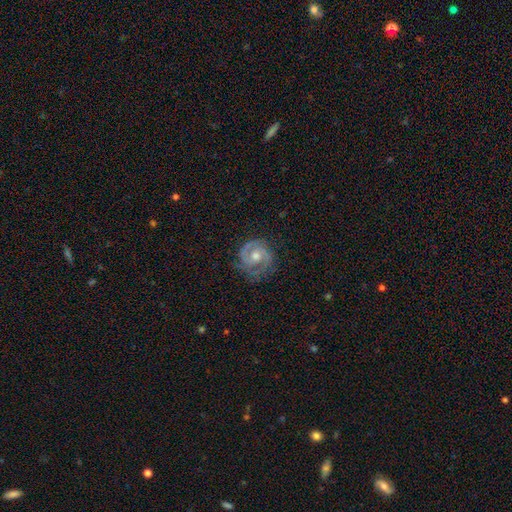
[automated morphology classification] This appears to be a featured or disk galaxy (84%) with no bar (56%), 2 (79%) tight (59%) spiral arms (96%) and a moderate central bulge (70%). Merging: none (77%).